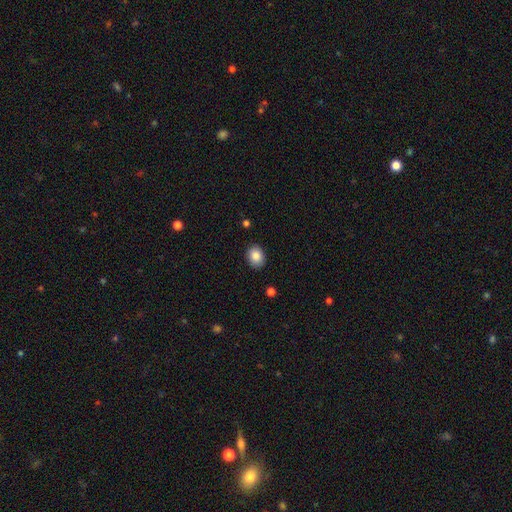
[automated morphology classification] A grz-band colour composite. It shows a smooth galaxy with no disk features (86%) that is in between round and cigar-shaped (59%). Merging: none (88%).